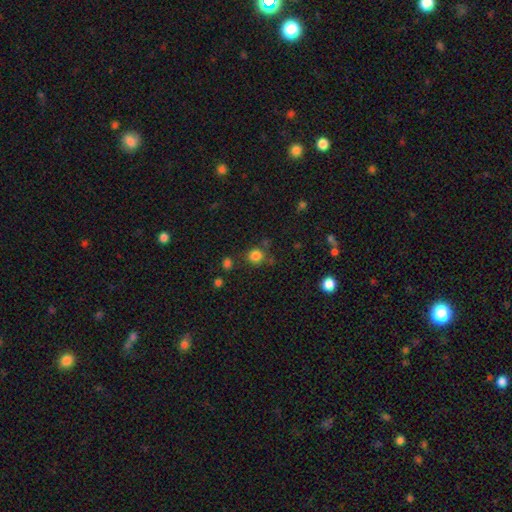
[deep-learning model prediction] smooth_or_featured: smooth (p=0.81) [alt: star or artifact p=0.14]
how_rounded: round (p=0.89) [alt: in between p=0.10]
merging: none (p=0.77) [alt: minor disturbance p=0.12]